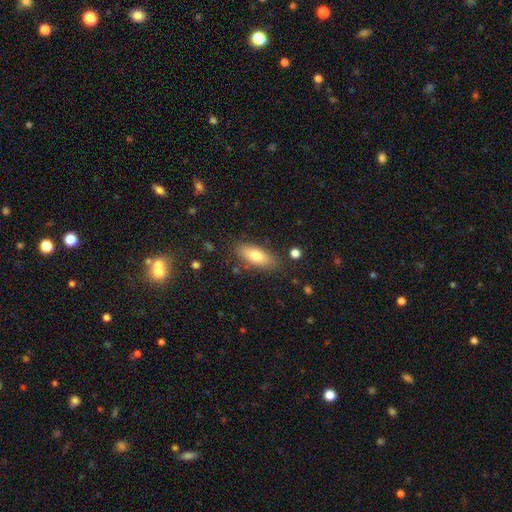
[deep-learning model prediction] smooth-or-featured: smooth: 75% | featured or disk: 18% | star or artifact: 7%
  how-rounded: in between: 77% | cigar-shaped: 20% | round: 3%
  merging: none: 82% | minor disturbance: 12% | major disturbance: 3% | merger: 3%